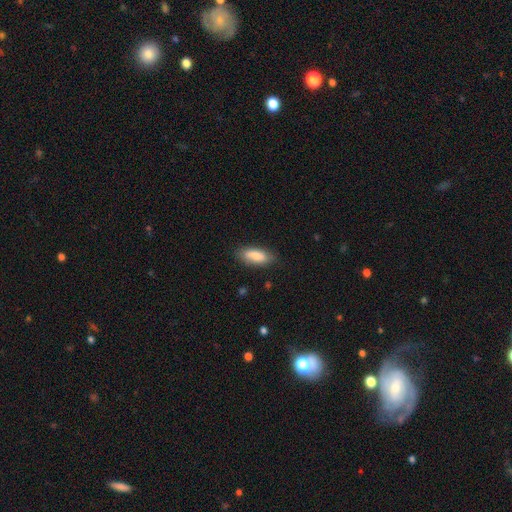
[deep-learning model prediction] smooth-or-featured: smooth: 85% | featured or disk: 9% | star or artifact: 6%
  how-rounded: in between: 79% | cigar-shaped: 19% | round: 2%
  merging: none: 80% | minor disturbance: 15% | major disturbance: 3% | merger: 1%